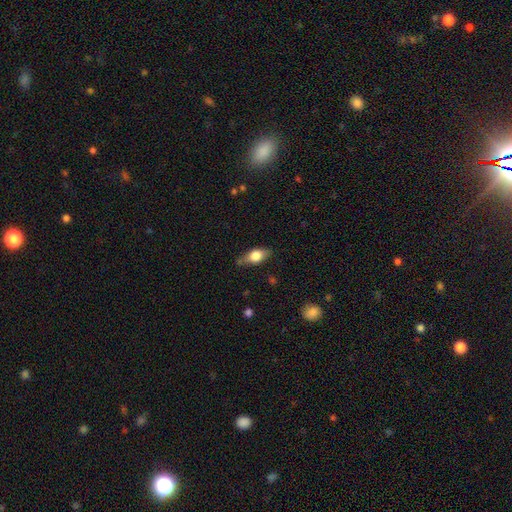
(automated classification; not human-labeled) This is likely a smooth galaxy (64%). How rounded: likely in between (79%). Merging: likely none (73%).